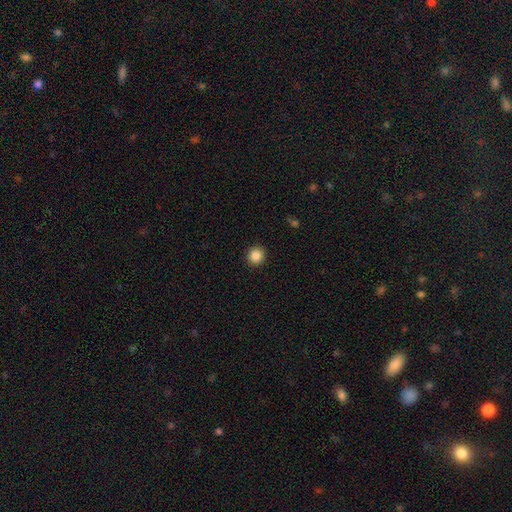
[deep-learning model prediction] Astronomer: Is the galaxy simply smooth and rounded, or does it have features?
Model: smooth — 86%.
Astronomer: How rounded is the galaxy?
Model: round — 94%.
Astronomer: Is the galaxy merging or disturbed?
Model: none — 93%.